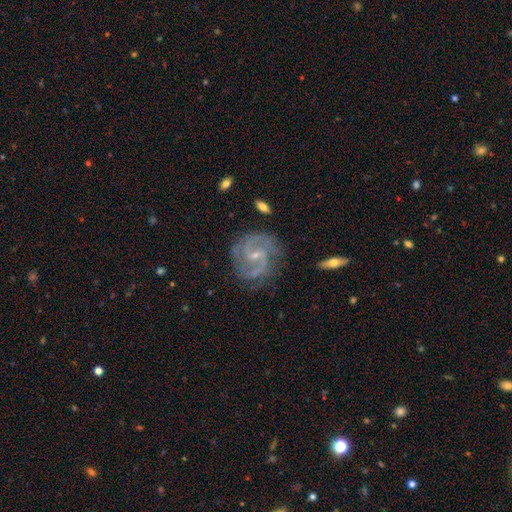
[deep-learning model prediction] Q: Smooth or featured?
A: featured or disk (89%); runner-up: star or artifact (6%)
Q: Edge-on disk?
A: no (98%); runner-up: yes (2%)
Q: Bar?
A: no (44%); runner-up: weak (43%)
Q: Spiral arms?
A: yes (97%); runner-up: no (3%)
Q: Spiral winding?
A: medium (53%); runner-up: tight (32%)
Q: Spiral arm count?
A: 2 (69%); runner-up: 3 (12%)
Q: Bulge size?
A: small (75%); runner-up: moderate (20%)
Q: Merging?
A: none (73%); runner-up: minor disturbance (18%)